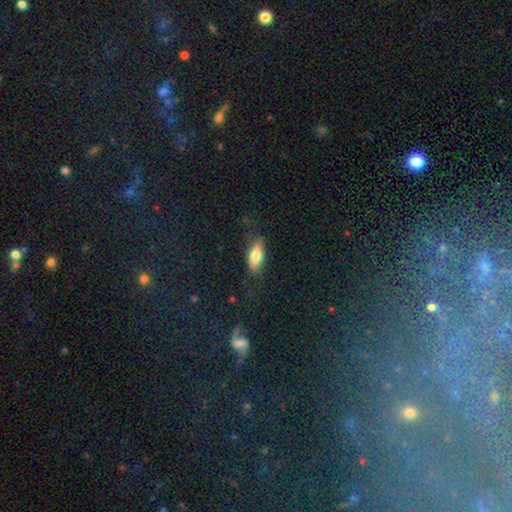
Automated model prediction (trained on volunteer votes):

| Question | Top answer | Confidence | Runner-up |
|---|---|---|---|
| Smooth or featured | smooth | 73% | featured or disk (20%) |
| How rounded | in between | 78% | cigar-shaped (19%) |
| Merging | none | 79% | minor disturbance (15%) |